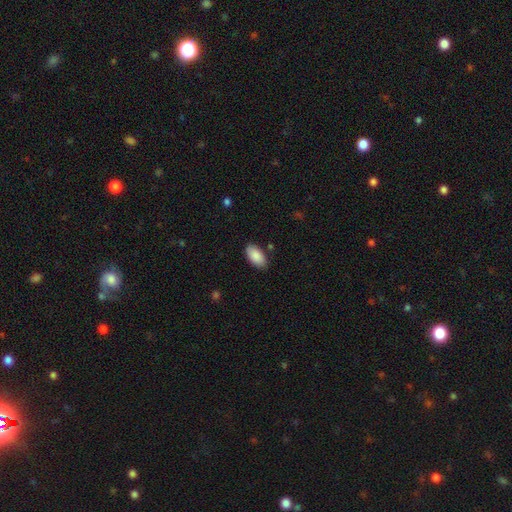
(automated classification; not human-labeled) A smooth galaxy with no disk features (89%) that is in between round and cigar-shaped (95%).

Vote fractions:
- Smooth or featured? smooth: 89% / star or artifact: 6% / featured or disk: 5%
- How rounded? in between: 95% / round: 3% / cigar-shaped: 2%
- Merging? none: 84% / minor disturbance: 12% / major disturbance: 2% / merger: 2%